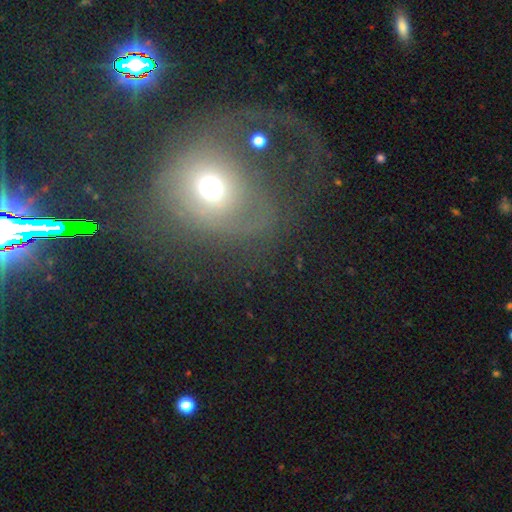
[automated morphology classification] Smooth or featured? smooth (41%)
Merging? major disturbance (53%)